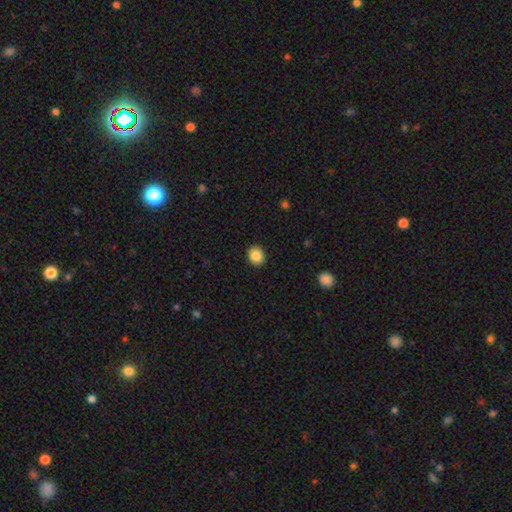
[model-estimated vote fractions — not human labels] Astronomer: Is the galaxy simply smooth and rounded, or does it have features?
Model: smooth — 87%.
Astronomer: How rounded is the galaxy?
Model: round — 74%.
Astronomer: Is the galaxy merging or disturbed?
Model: none — 92%.